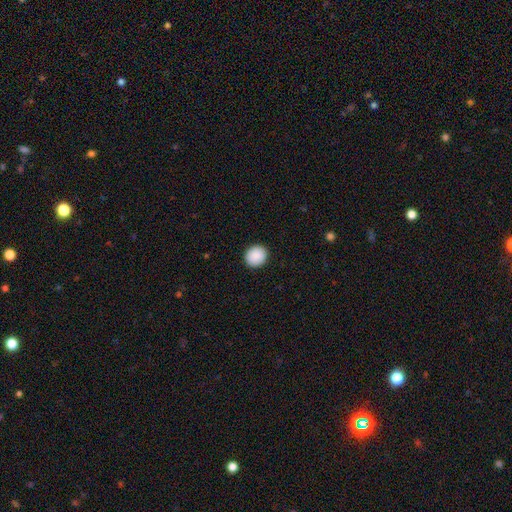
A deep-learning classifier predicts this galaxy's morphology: smooth_or_featured: smooth (p=0.90) [alt: star or artifact p=0.07]
how_rounded: round (p=0.84) [alt: in between p=0.16]
merging: none (p=0.92) [alt: minor disturbance p=0.05]